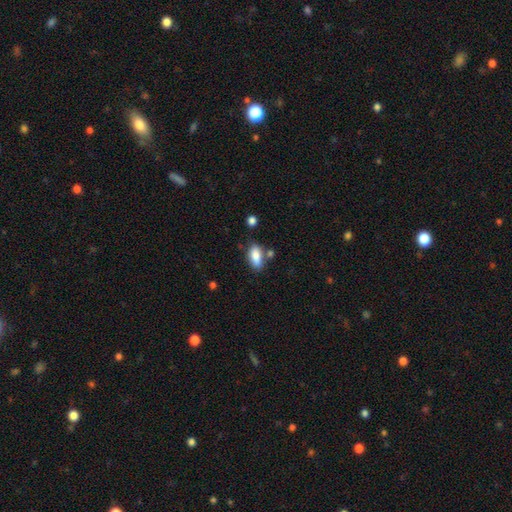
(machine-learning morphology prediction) Q: Smooth or featured?
A: smooth (83%); runner-up: featured or disk (9%)
Q: How rounded?
A: in between (86%); runner-up: cigar-shaped (10%)
Q: Merging?
A: none (71%); runner-up: minor disturbance (15%)